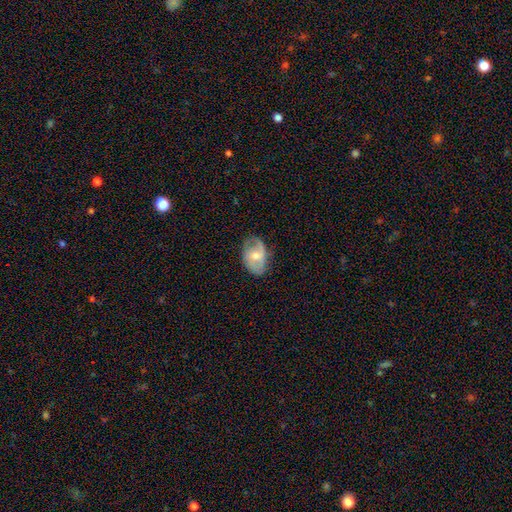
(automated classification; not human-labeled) smooth-or-featured: featured or disk: 55% | smooth: 38% | star or artifact: 7%
  disk-edge-on: no: 95% | yes: 5%
    bar: no: 46% | weak: 43% | strong: 11%
    has-spiral-arms: yes: 76% | no: 24%
    bulge-size: moderate: 57% | small: 37% | large: 3% | none: 2% | dominant: 1%
  merging: none: 64% | minor disturbance: 25% | major disturbance: 9% | merger: 1%